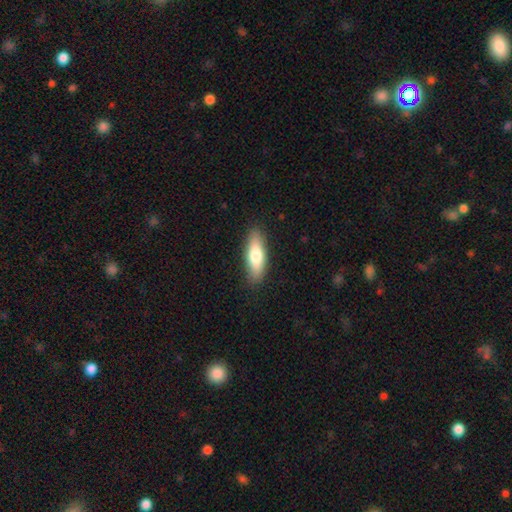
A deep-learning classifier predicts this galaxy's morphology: smooth 75%, featured or disk 19%, star or artifact 6%. Down the decision tree: how rounded — in between (54%); merging — none (87%).